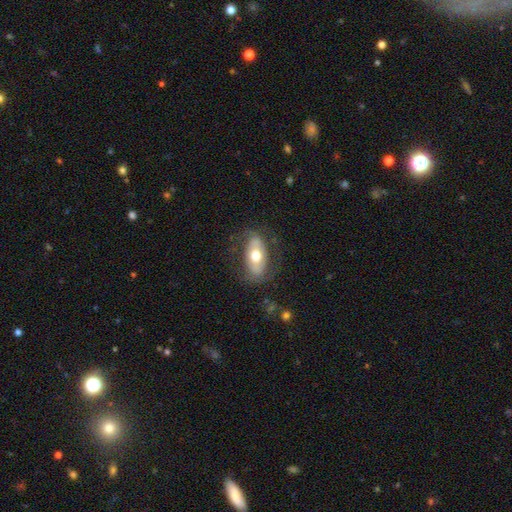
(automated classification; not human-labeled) Smooth or featured? Predicted: smooth (p=0.51). How rounded? Predicted: in between (p=0.89). Merging? Predicted: none (p=0.73).